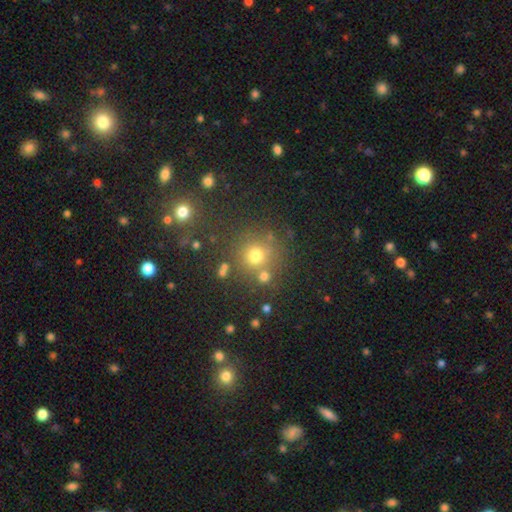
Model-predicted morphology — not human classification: smooth-or-featured: smooth: 69% | star or artifact: 22% | featured or disk: 9%
  how-rounded: round: 92% | in between: 7% | cigar-shaped: 1%
  merging: none: 72% | merger: 14% | minor disturbance: 10% | major disturbance: 5%